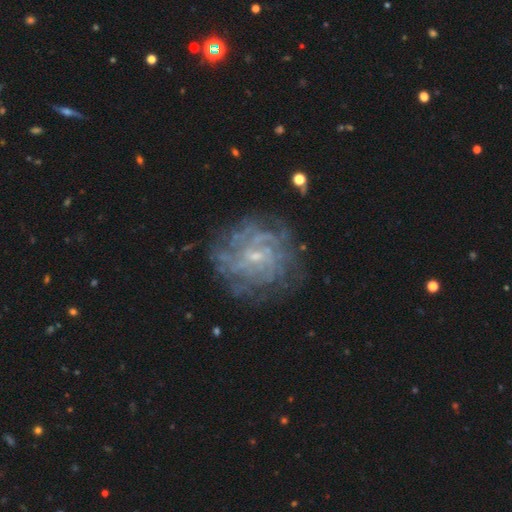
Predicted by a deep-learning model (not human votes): Q: Smooth or featured?
A: featured or disk (77%); runner-up: smooth (12%)
Q: Edge-on disk?
A: no (97%); runner-up: yes (3%)
Q: Bar?
A: no (49%); runner-up: weak (42%)
Q: Spiral arms?
A: yes (82%); runner-up: no (18%)
Q: Spiral winding?
A: tight (63%); runner-up: medium (26%)
Q: Spiral arm count?
A: can't tell (52%); runner-up: more than 4 (15%)
Q: Bulge size?
A: small (77%); runner-up: moderate (14%)
Q: Merging?
A: none (76%); runner-up: minor disturbance (13%)